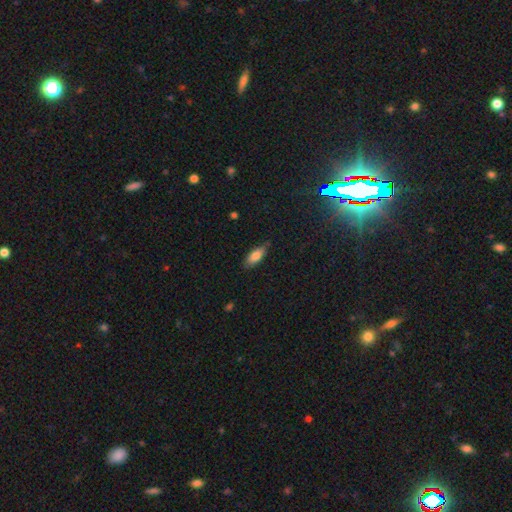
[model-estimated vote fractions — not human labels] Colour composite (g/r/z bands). It shows a smooth galaxy with no disk features (79%) that is in between round and cigar-shaped (76%). Merging: none (77%).